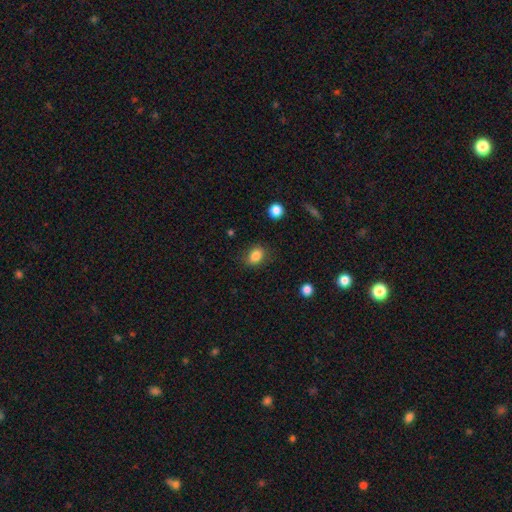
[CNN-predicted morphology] Overall: smooth (85%). How rounded: in between (70%). Merging: none (80%).